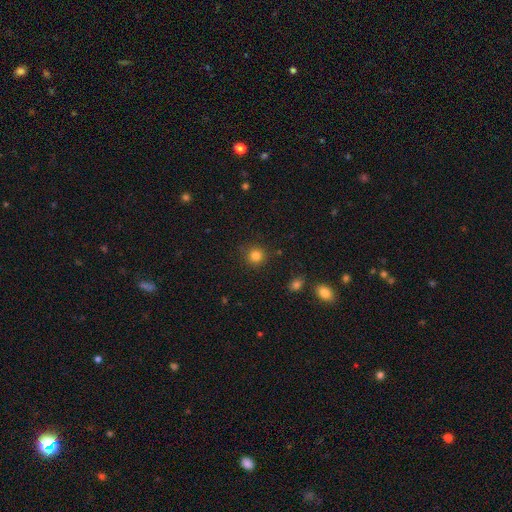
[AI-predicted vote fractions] Overall: smooth (81%). How rounded: round (92%). Merging: none (86%).